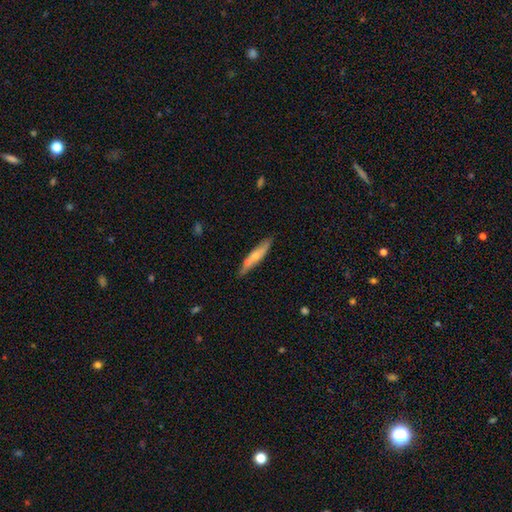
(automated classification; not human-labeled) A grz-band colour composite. It shows a smooth galaxy with no disk features (48%). Merging: none (74%).